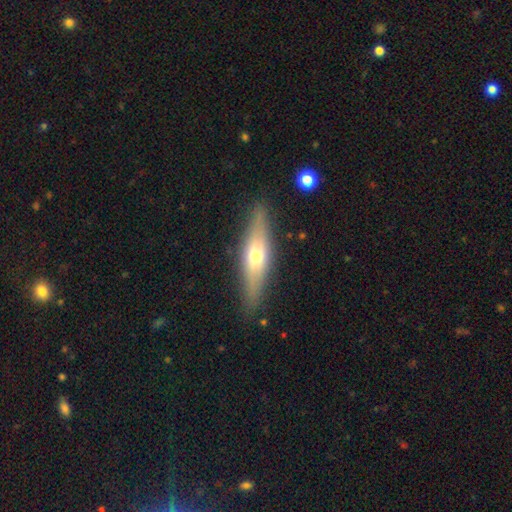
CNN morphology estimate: Smooth or featured? featured or disk (52%)
Edge-on disk? yes (86%)
Merging? none (86%)